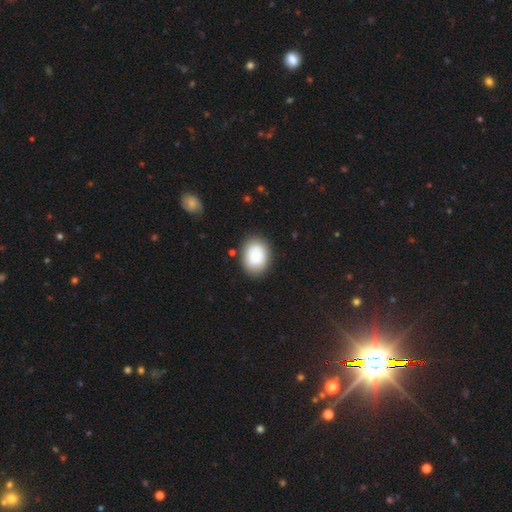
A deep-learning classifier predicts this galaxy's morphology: Smooth or featured?
  - smooth: 66% *
  - featured or disk: 26%
  - star or artifact: 8%
How rounded?
  - in between: 62% *
  - round: 37%
  - cigar-shaped: 1%
Merging?
  - none: 81% *
  - minor disturbance: 13%
  - major disturbance: 4%
  - merger: 2%